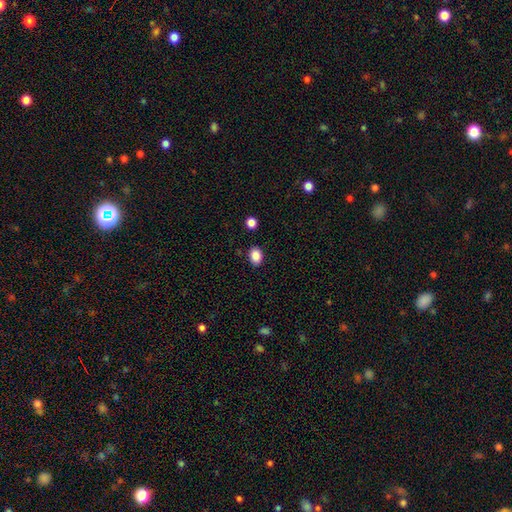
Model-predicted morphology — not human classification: This appears to be a smooth galaxy with no disk features (87%) that is in between round and cigar-shaped (66%). Merging: none (87%).